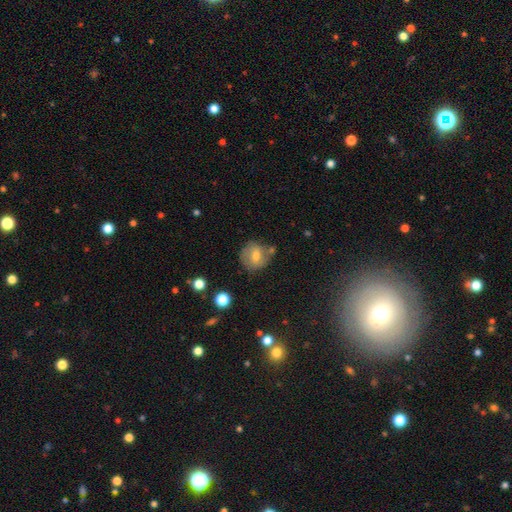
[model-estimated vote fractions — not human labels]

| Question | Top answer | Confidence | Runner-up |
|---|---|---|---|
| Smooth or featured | smooth | 56% | featured or disk (32%) |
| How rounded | round | 83% | in between (16%) |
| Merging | none | 70% | minor disturbance (18%) |